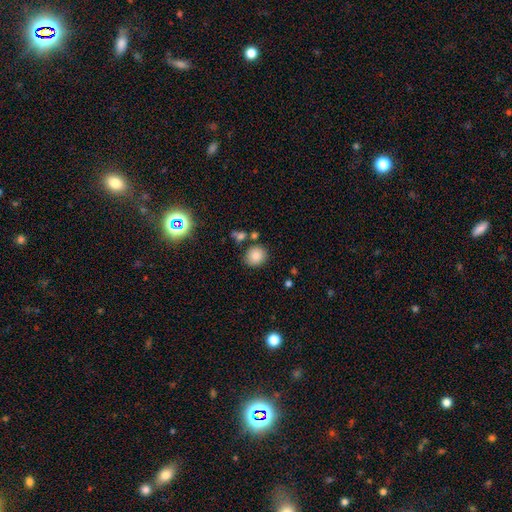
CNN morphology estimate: Smooth or featured?
  - smooth: 82% *
  - star or artifact: 11%
  - featured or disk: 7%
How rounded?
  - round: 82% *
  - in between: 17%
  - cigar-shaped: 1%
Merging?
  - none: 80% *
  - minor disturbance: 10%
  - merger: 8%
  - major disturbance: 3%